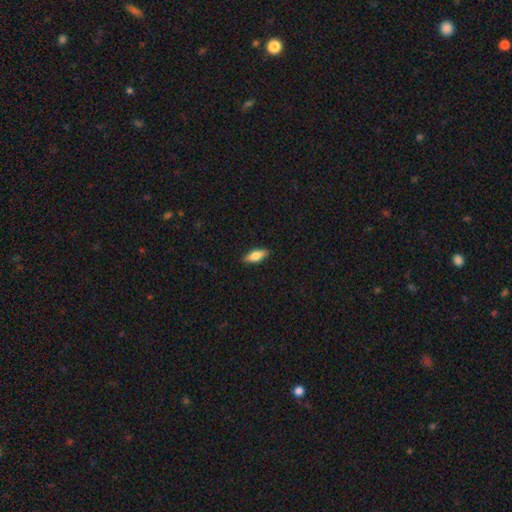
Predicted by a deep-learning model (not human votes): Morphology: type=smooth (72%); roundness=in between (70%); merging=none (89%).